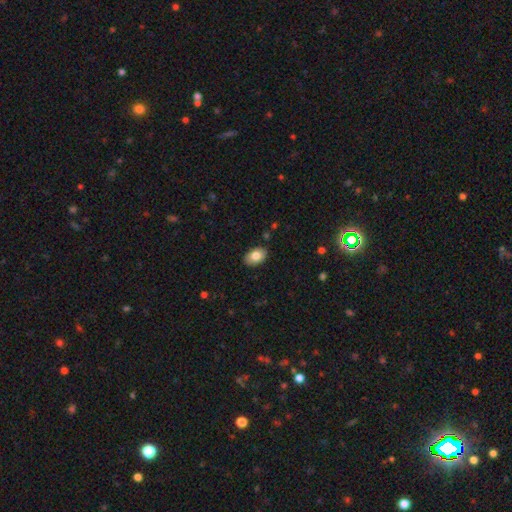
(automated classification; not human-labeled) Smooth or featured? Predicted: smooth (p=0.82). How rounded? Predicted: in between (p=0.89). Merging? Predicted: none (p=0.88).